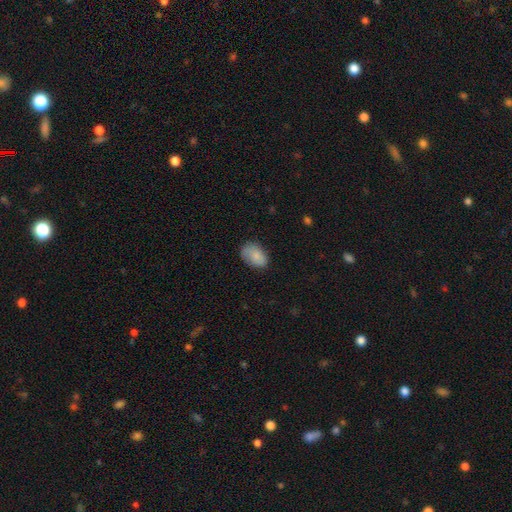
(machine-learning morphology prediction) Q: Smooth or featured?
A: smooth (84%); runner-up: featured or disk (9%)
Q: How rounded?
A: in between (87%); runner-up: round (12%)
Q: Merging?
A: none (71%); runner-up: minor disturbance (22%)